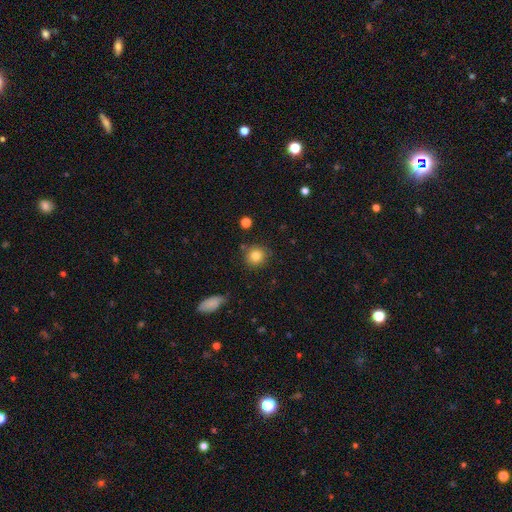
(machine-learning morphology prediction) smooth_or_featured: smooth (p=0.83) [alt: star or artifact p=0.10]
how_rounded: round (p=0.89) [alt: in between p=0.10]
merging: none (p=0.82) [alt: minor disturbance p=0.11]